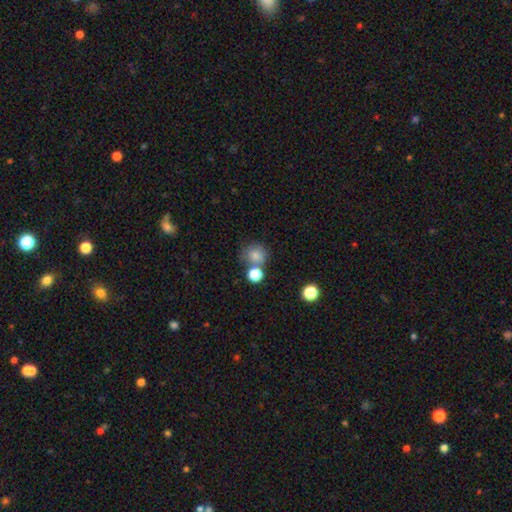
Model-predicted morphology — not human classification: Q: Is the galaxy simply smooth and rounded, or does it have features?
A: smooth — 79%.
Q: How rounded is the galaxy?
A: round — 84%.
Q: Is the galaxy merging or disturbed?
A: none — 57%.